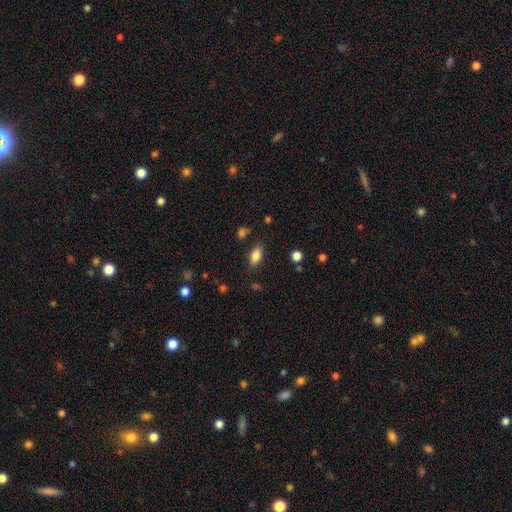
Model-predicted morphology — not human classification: Smooth or featured? Predicted: smooth (p=0.84). How rounded? Predicted: in between (p=0.89). Merging? Predicted: none (p=0.83).